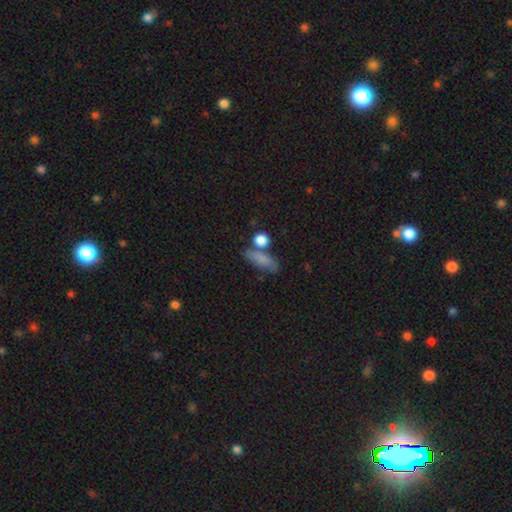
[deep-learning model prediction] A smooth galaxy with no disk features (70%) that is in between round and cigar-shaped (49%). Merging: none (58%).